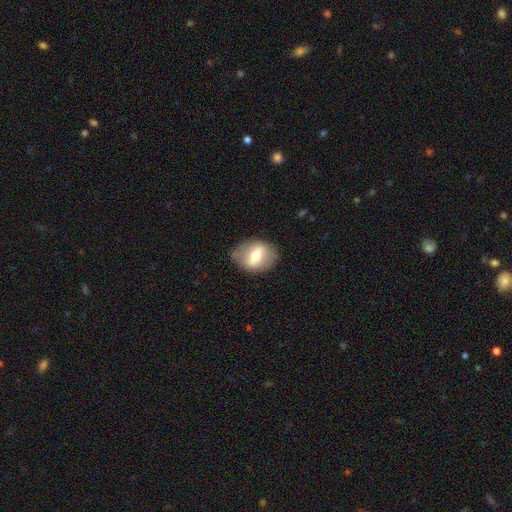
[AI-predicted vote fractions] This is possibly a featured or disk galaxy (51%). It is clearly not viewed edge-on (83%). Merging: clearly none (81%).